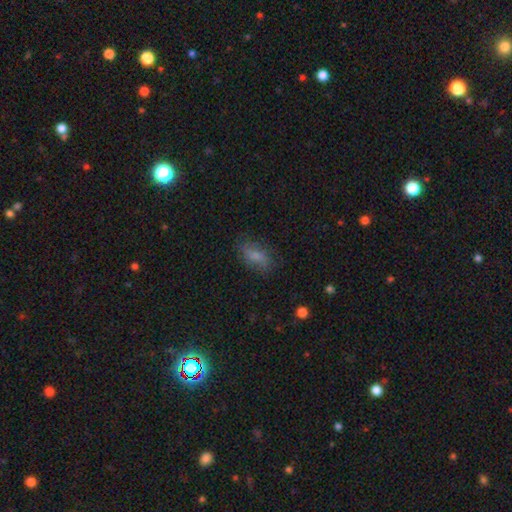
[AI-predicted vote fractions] A smooth galaxy with no disk features (69%) that is in between round and cigar-shaped (84%).

Vote fractions:
- Smooth or featured? smooth: 69% / featured or disk: 21% / star or artifact: 10%
- How rounded? in between: 84% / cigar-shaped: 9% / round: 6%
- Merging? none: 72% / minor disturbance: 20% / major disturbance: 7% / merger: 2%